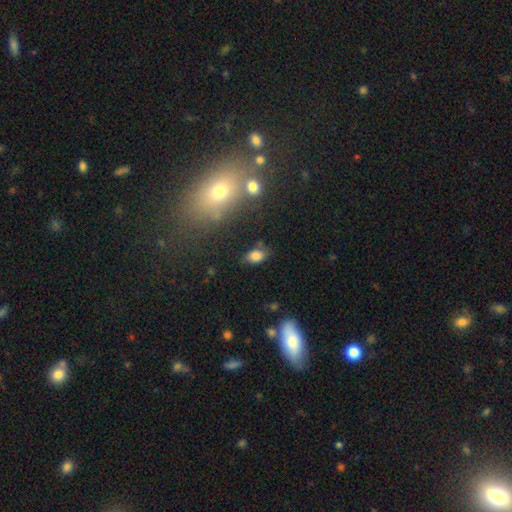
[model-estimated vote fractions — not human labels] smooth 81%, star or artifact 11%, featured or disk 7%. Down the decision tree: how rounded — in between (87%); merging — none (71%).